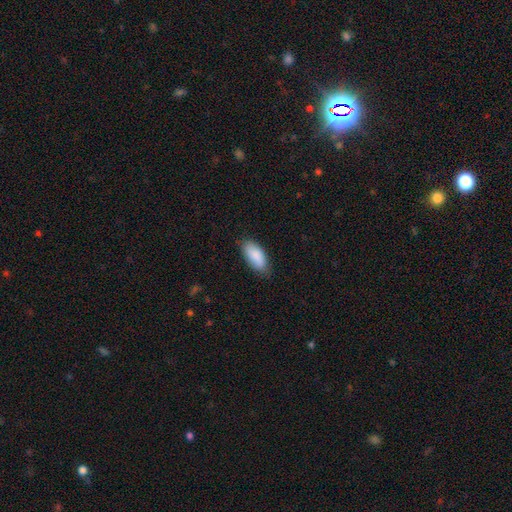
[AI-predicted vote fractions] Smooth or featured? smooth (89%)
How rounded? in between (88%)
Merging? none (80%)